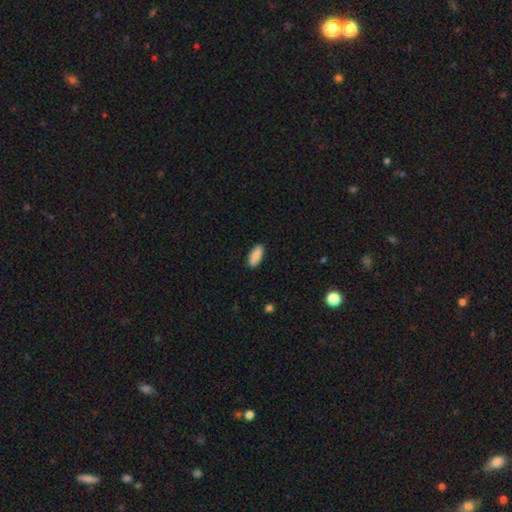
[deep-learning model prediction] Q: Smooth or featured?
A: smooth (88%); runner-up: star or artifact (6%)
Q: How rounded?
A: in between (83%); runner-up: cigar-shaped (15%)
Q: Merging?
A: none (88%); runner-up: minor disturbance (9%)